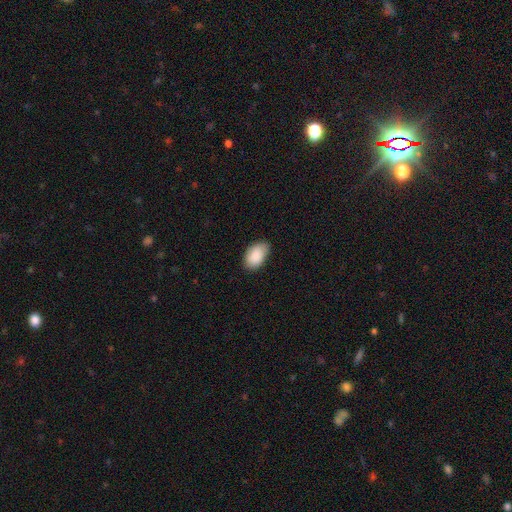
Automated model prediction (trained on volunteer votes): Overall: smooth (90%). How rounded: in between (93%). Merging: none (76%).